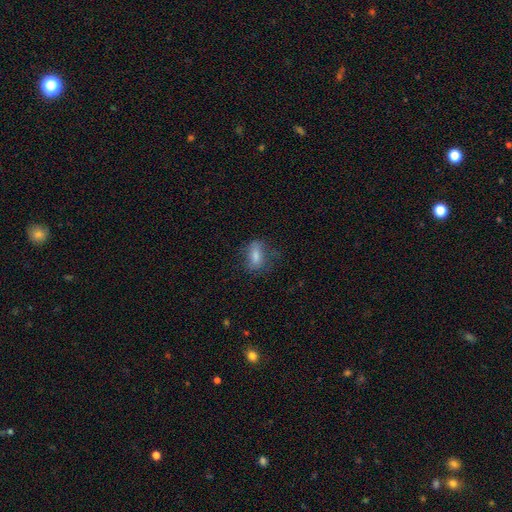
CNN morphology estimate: smooth-or-featured: smooth: 70% | featured or disk: 20% | star or artifact: 10%
  how-rounded: in between: 82% | round: 10% | cigar-shaped: 8%
  merging: none: 54% | minor disturbance: 25% | major disturbance: 19% | merger: 2%